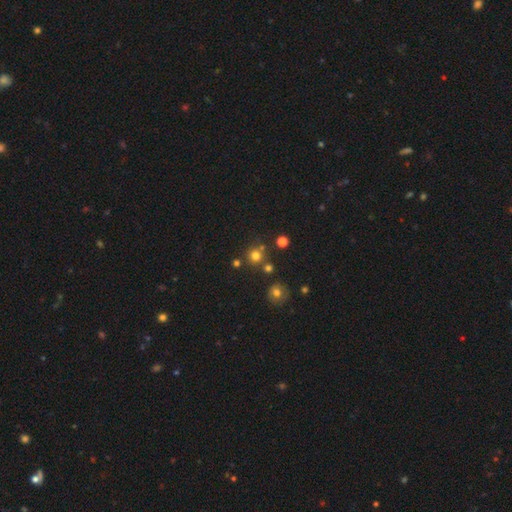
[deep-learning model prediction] This is likely a smooth galaxy (72%). How rounded: clearly round (92%). Merging: likely none (75%).